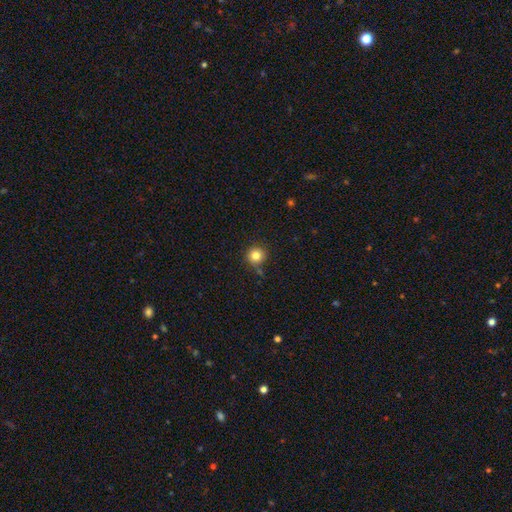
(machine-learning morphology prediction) Q: Smooth or featured?
A: smooth (83%); runner-up: star or artifact (11%)
Q: How rounded?
A: round (94%); runner-up: in between (5%)
Q: Merging?
A: none (81%); runner-up: minor disturbance (11%)